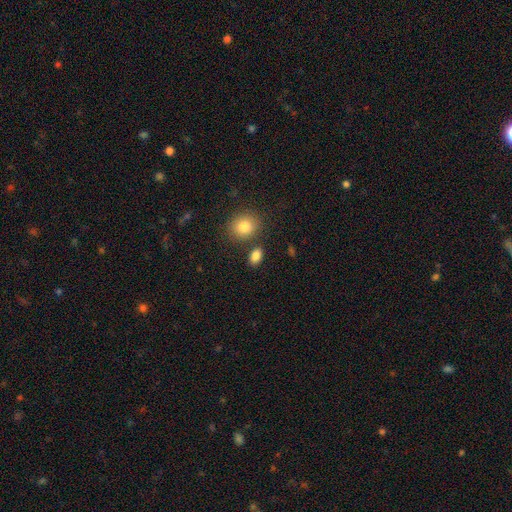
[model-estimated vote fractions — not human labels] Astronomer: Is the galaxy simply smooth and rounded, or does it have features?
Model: smooth — 85%.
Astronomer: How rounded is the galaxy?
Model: in between — 80%.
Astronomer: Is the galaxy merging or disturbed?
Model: none — 79%.